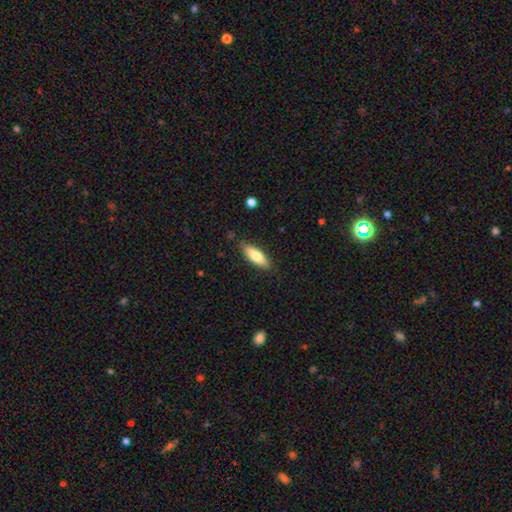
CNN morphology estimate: smooth 75%, featured or disk 19%, star or artifact 6%. Down the decision tree: how rounded — in between (59%); merging — none (84%).